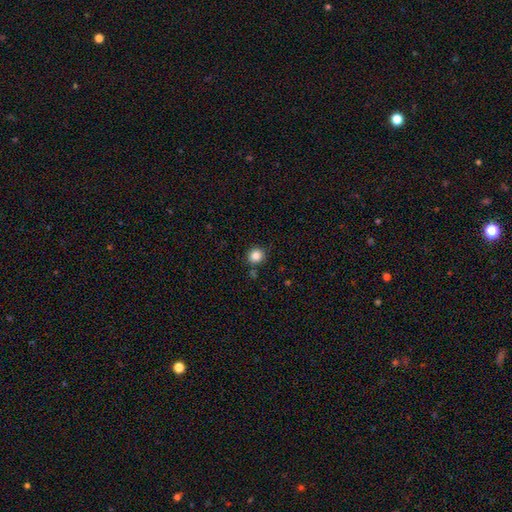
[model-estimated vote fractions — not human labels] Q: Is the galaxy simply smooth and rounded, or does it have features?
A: smooth — 84%.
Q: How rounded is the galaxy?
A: round — 92%.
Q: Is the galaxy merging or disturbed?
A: none — 85%.